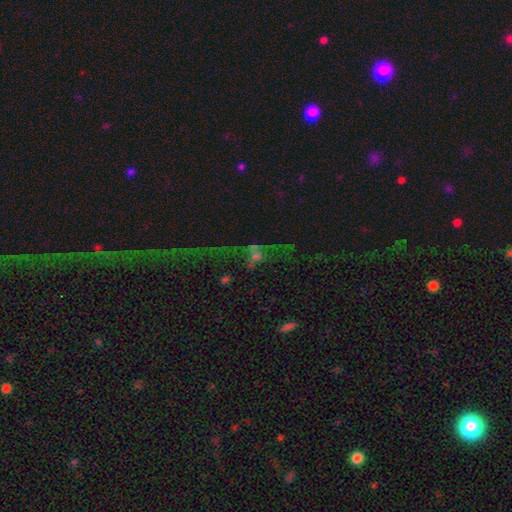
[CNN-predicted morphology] This appears to be a star or artifact, not a galaxy (40%).